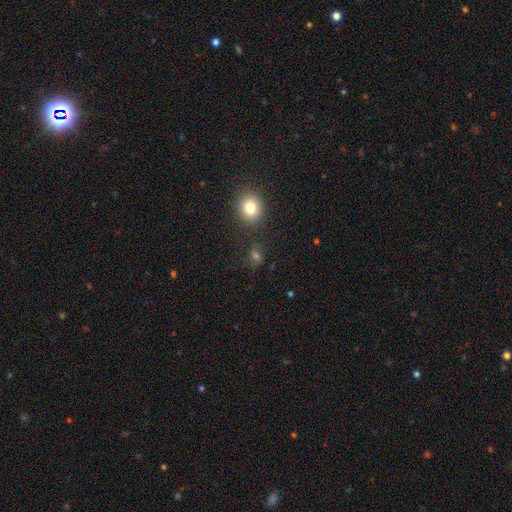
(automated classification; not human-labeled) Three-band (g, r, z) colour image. It shows a smooth galaxy with no disk features (62%) that is round (66%). Merging: none (77%).